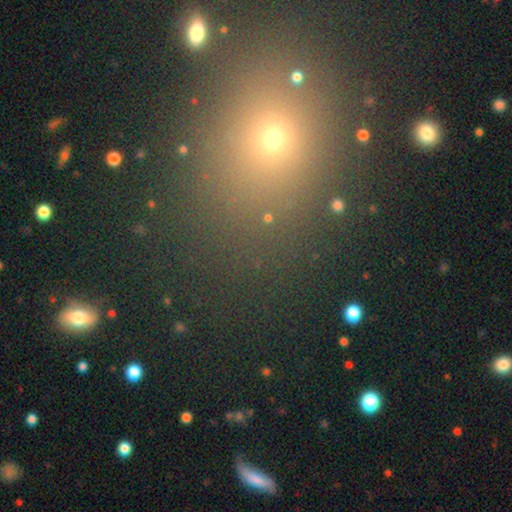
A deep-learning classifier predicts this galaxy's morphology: A smooth galaxy with no disk features (50%). Merging: none (85%).